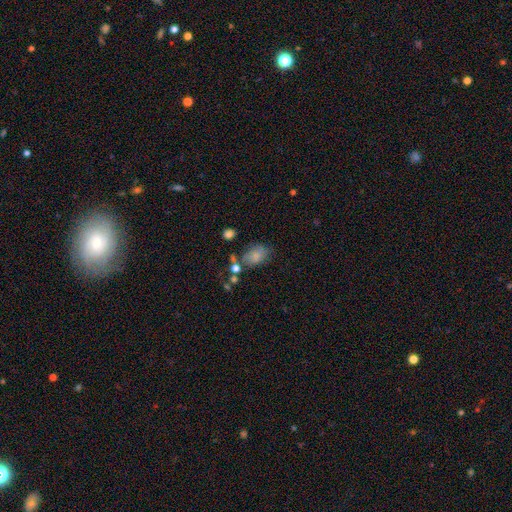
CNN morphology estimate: type=smooth (79%); roundness=in between (77%); merging=none (56%).